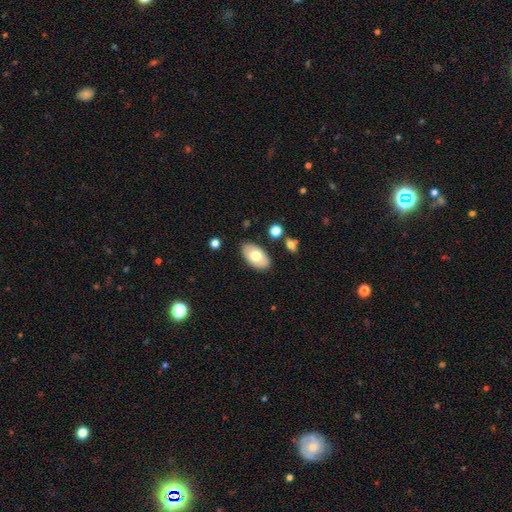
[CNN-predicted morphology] Smooth or featured? Predicted: smooth (p=0.68). How rounded? Predicted: in between (p=0.94). Merging? Predicted: none (p=0.84).